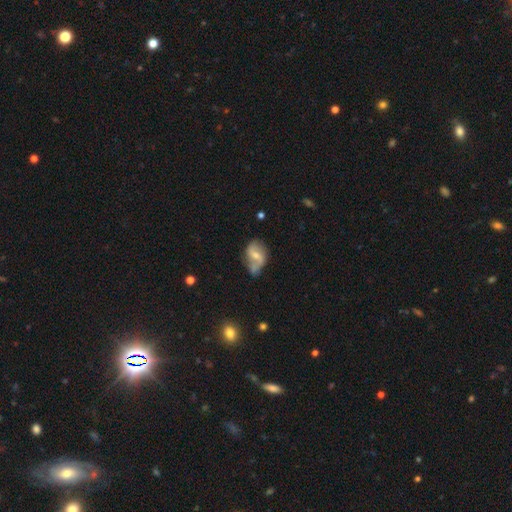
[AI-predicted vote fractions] Smooth or featured? Predicted: featured or disk (p=0.62). Edge-on disk? Predicted: no (p=0.96). Bar? Predicted: weak (p=0.48). Spiral arms? Predicted: yes (p=0.78). Bulge size? Predicted: small (p=0.48). Merging? Predicted: none (p=0.45).